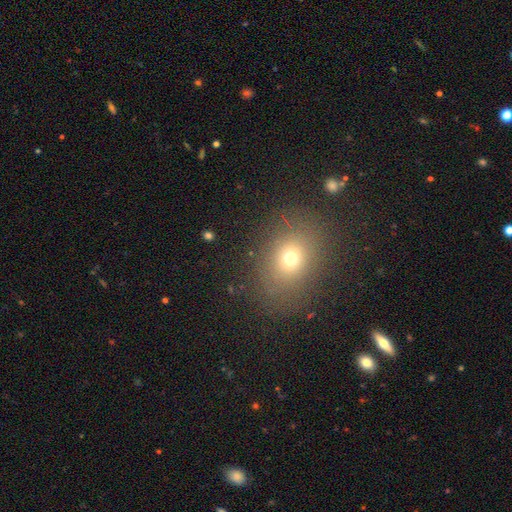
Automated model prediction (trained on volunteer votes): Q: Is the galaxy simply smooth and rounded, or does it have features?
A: smooth — 63%.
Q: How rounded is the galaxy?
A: in between — 55%.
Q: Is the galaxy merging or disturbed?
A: none — 87%.